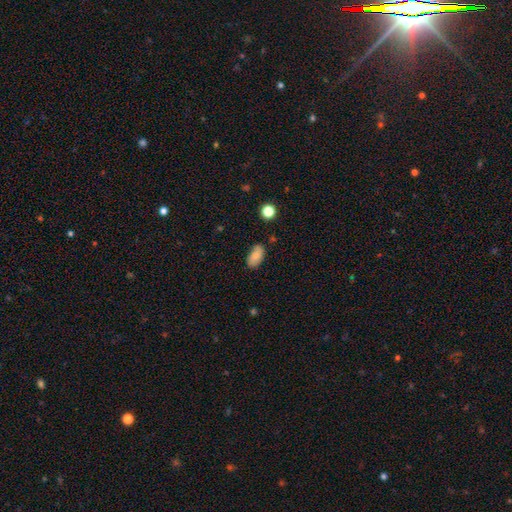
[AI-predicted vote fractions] Smooth or featured? Predicted: smooth (p=0.81). How rounded? Predicted: in between (p=0.93). Merging? Predicted: none (p=0.73).